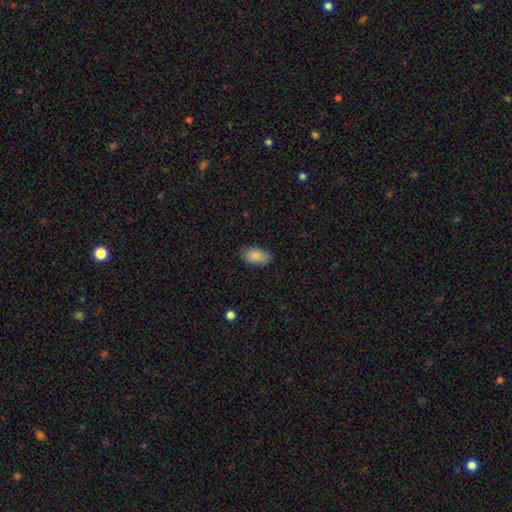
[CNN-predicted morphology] Smooth or featured? smooth (86%)
How rounded? in between (93%)
Merging? none (84%)